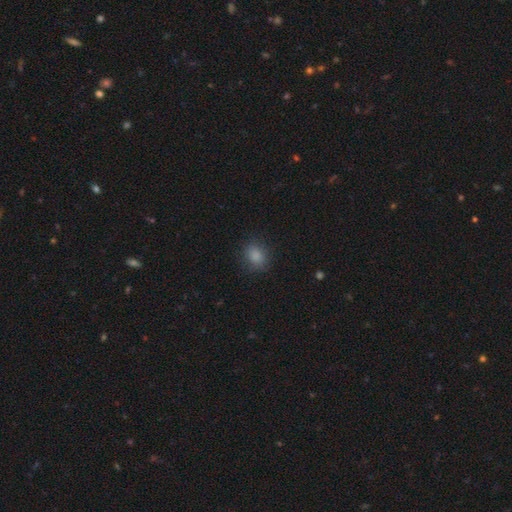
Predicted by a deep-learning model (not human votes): Smooth or featured?
  - smooth: 86% *
  - star or artifact: 10%
  - featured or disk: 4%
How rounded?
  - in between: 49% * (tied)
  - round: 49% * (tied)
  - cigar-shaped: 1%
Merging?
  - none: 82% *
  - minor disturbance: 13%
  - major disturbance: 4%
  - merger: 1%